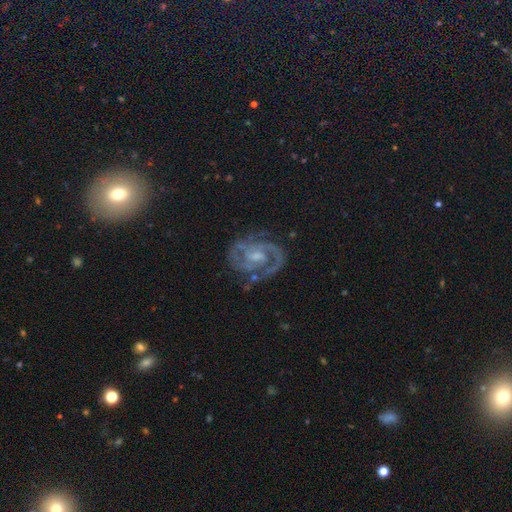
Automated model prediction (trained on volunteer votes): Smooth or featured? featured or disk (90%)
Edge-on disk? no (98%)
Bar? weak (50%)
Spiral arms? yes (97%)
Spiral winding? tight (49%)
Spiral arm count? 2 (71%)
Bulge size? moderate (42%)
Merging? none (72%)